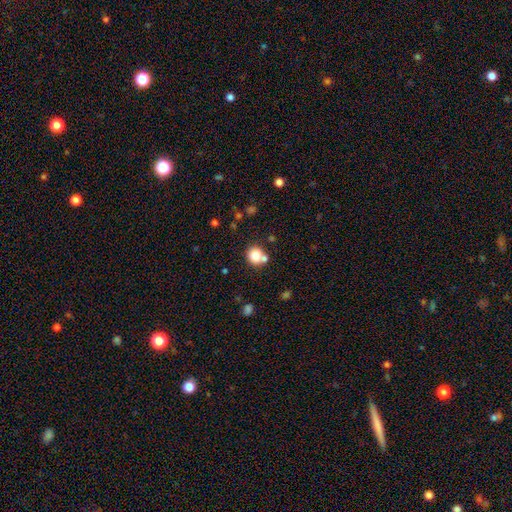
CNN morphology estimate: This is clearly a smooth galaxy (82%). How rounded: clearly round (83%). Merging: possibly none (59%).